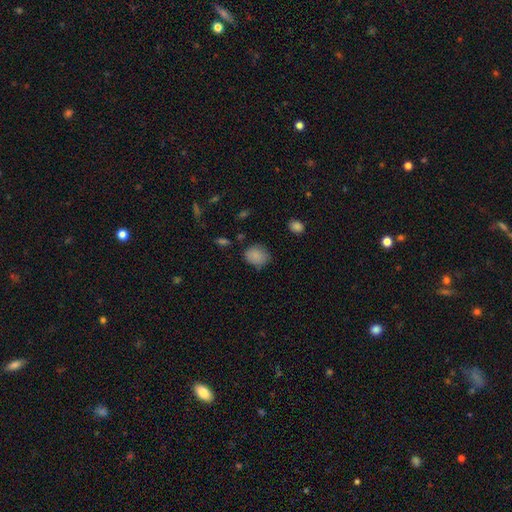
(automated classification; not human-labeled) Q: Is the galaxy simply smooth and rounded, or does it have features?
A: smooth — 84%.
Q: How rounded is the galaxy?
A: round — 60%.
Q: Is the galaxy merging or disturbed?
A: none — 67%.